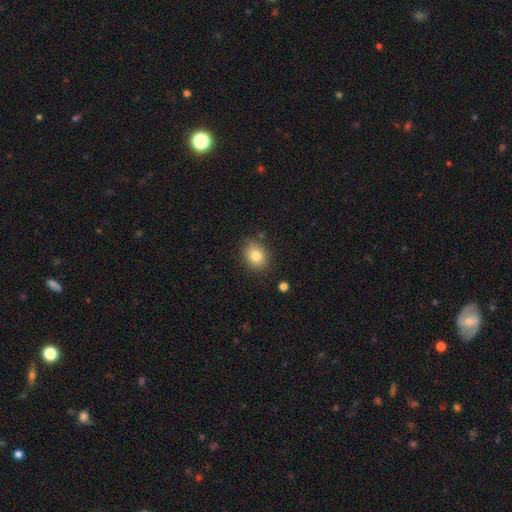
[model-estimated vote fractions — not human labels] A smooth galaxy with no disk features (82%) that is round (50%). Merging: none (83%).